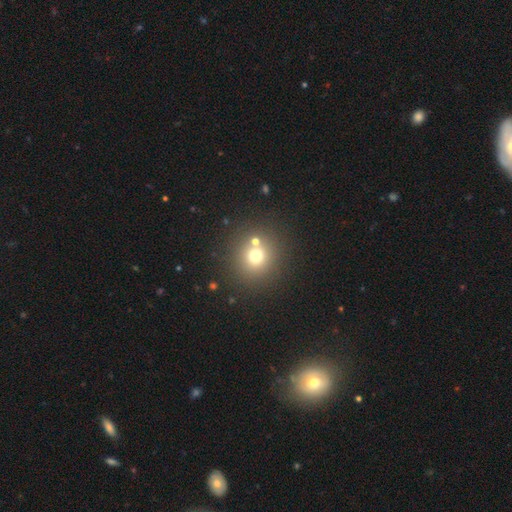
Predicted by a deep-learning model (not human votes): smooth_or_featured: smooth (p=0.69) [alt: star or artifact p=0.18]
how_rounded: round (p=0.90) [alt: in between p=0.09]
merging: none (p=0.75) [alt: merger p=0.14]